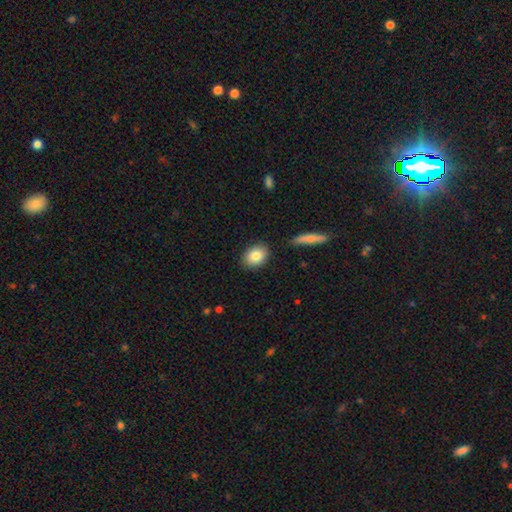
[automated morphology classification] smooth 84%, featured or disk 9%, star or artifact 7%. Down the decision tree: how rounded — in between (60%); merging — none (87%).